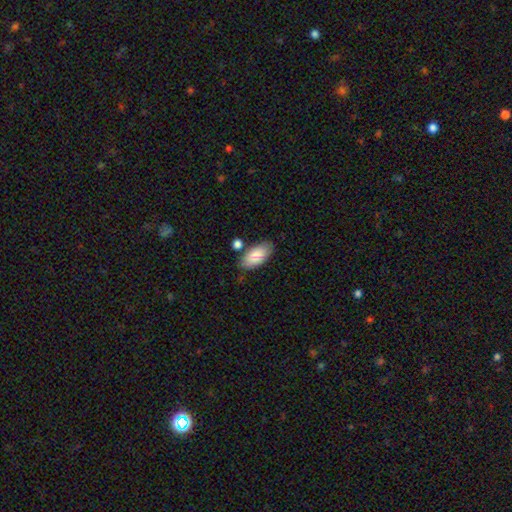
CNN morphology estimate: smooth-or-featured: smooth: 83% | featured or disk: 11% | star or artifact: 6%
  how-rounded: in between: 92% | cigar-shaped: 6% | round: 2%
  merging: none: 75% | minor disturbance: 14% | merger: 8% | major disturbance: 3%